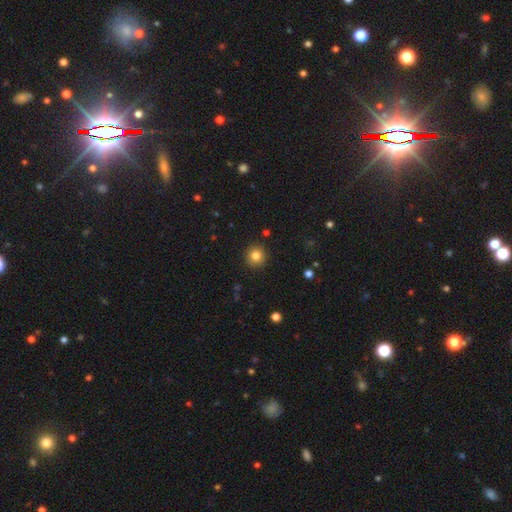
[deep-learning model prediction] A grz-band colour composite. It shows a smooth galaxy with no disk features (83%) that is round (92%). Merging: none (91%).